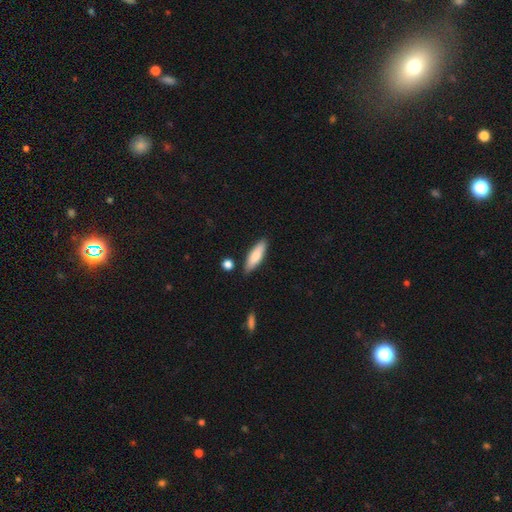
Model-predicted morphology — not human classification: smooth_or_featured: smooth (p=0.76) [alt: featured or disk p=0.18]
how_rounded: cigar-shaped (p=0.52) [alt: in between p=0.46]
merging: none (p=0.83) [alt: minor disturbance p=0.12]